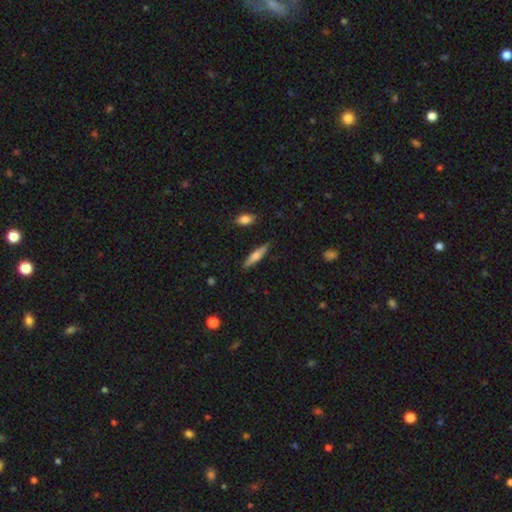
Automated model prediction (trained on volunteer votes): This is possibly a smooth galaxy (60%). How rounded: clearly cigar-shaped (81%). Merging: clearly none (87%).